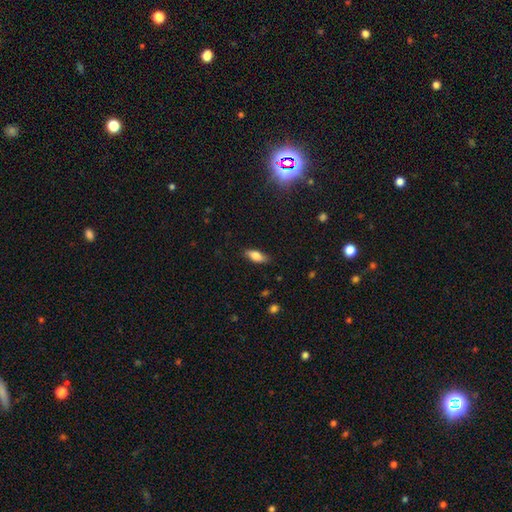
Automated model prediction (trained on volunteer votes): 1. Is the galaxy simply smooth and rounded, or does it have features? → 79% smooth, 13% featured or disk, 8% star or artifact.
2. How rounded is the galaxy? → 79% in between, 18% cigar-shaped, 3% round.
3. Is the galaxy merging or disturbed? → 82% none, 14% minor disturbance, 3% major disturbance, 1% merger.